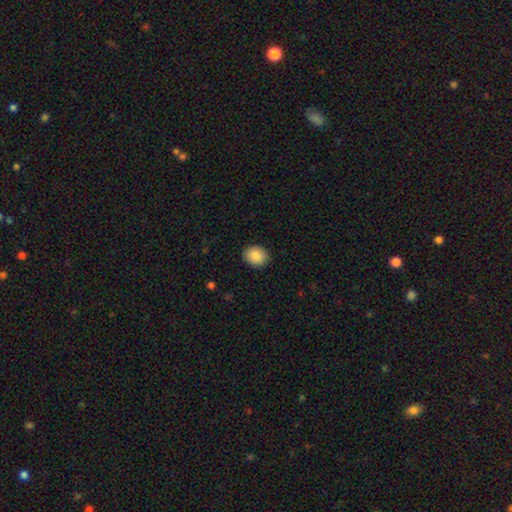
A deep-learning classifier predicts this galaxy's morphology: A smooth galaxy with no disk features (89%) that is round (51%). Merging: none (89%).